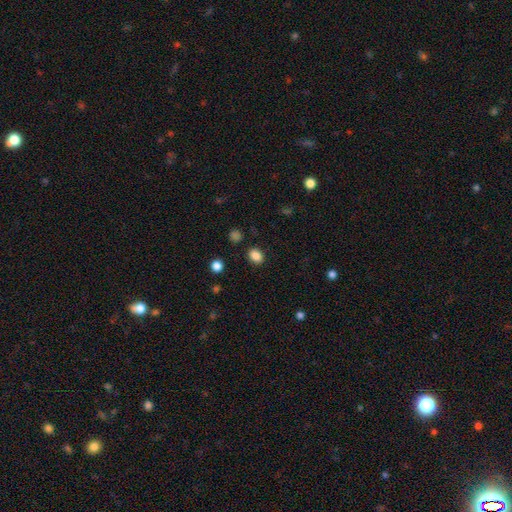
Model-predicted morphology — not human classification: Smooth or featured: smooth — 86% (star or artifact — 11%)
How rounded: in between — 65% (round — 34%)
Merging: none — 86% (minor disturbance — 9%)